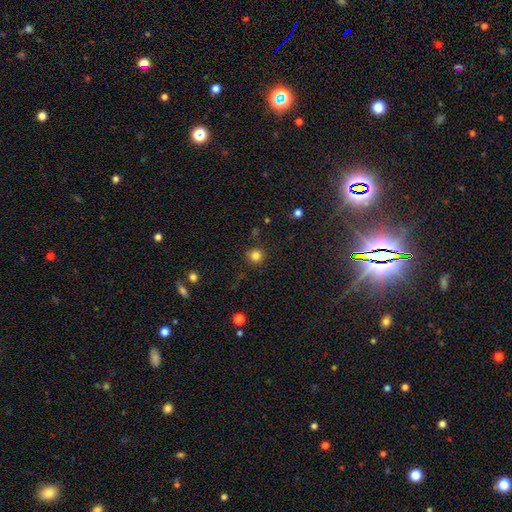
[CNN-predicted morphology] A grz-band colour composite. It shows a smooth galaxy with no disk features (82%) that is round (93%). Merging: none (87%).